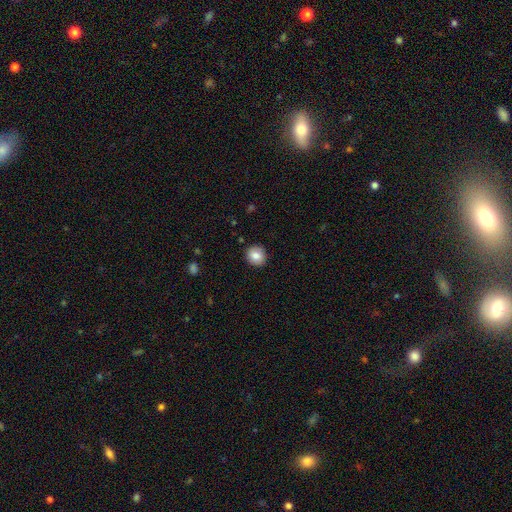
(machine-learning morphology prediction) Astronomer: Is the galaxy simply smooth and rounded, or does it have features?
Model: smooth — 83%.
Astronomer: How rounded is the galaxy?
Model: round — 84%.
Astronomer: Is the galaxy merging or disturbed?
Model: none — 90%.